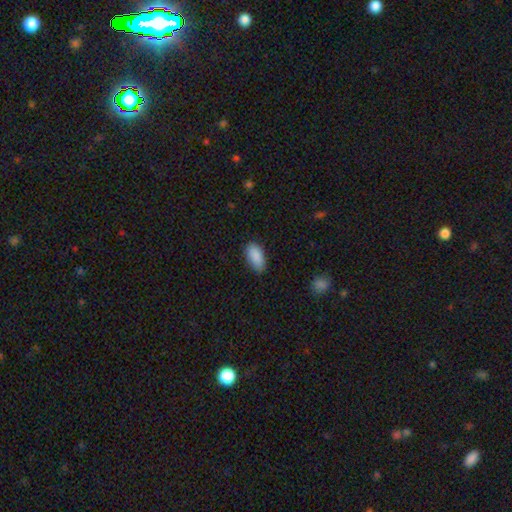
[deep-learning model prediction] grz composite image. It shows a smooth galaxy with no disk features (89%) that is in between round and cigar-shaped (93%). Merging: none (82%).